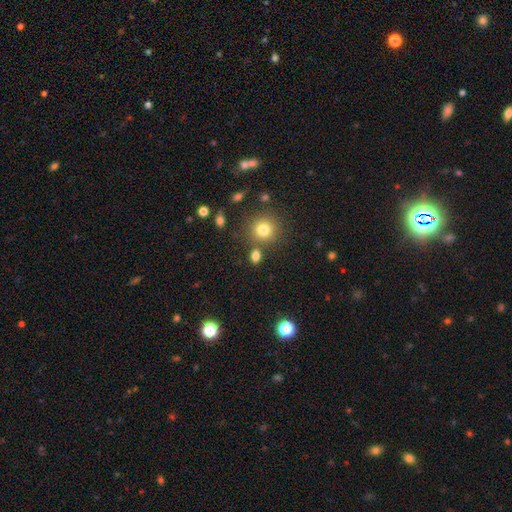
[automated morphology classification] Smooth or featured?
  - smooth: 80% *
  - star or artifact: 14%
  - featured or disk: 6%
How rounded?
  - in between: 51% *
  - round: 47%
  - cigar-shaped: 2%
Merging?
  - none: 73% *
  - merger: 13%
  - minor disturbance: 10%
  - major disturbance: 4%